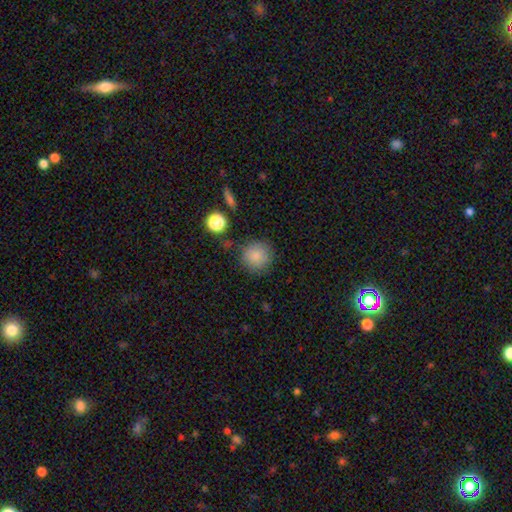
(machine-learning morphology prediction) A smooth galaxy with no disk features (85%) that is round (93%). Merging: none (81%).